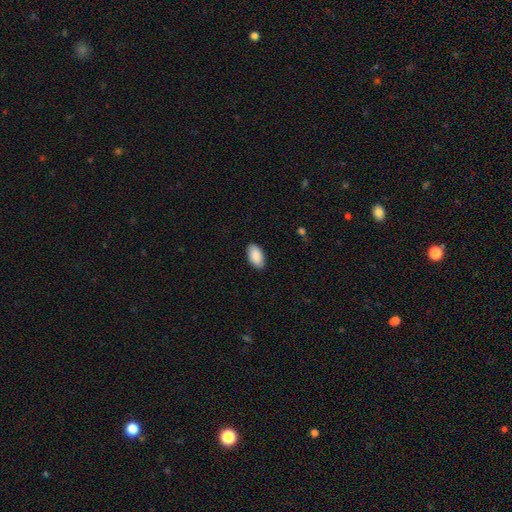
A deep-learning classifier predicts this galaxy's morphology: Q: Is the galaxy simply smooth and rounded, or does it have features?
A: smooth — 90%.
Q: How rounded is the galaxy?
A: in between — 95%.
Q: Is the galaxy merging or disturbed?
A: none — 88%.